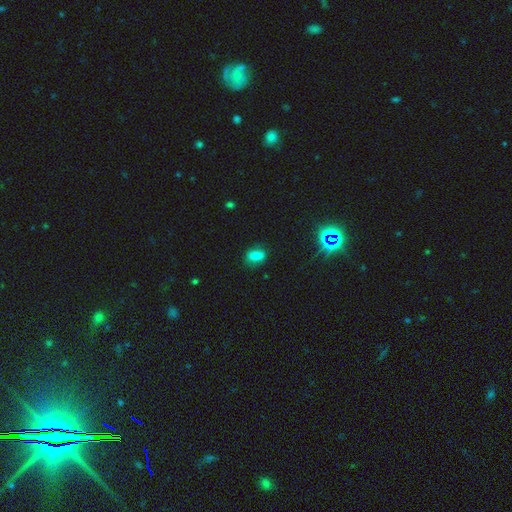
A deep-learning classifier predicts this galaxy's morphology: Smooth or featured? smooth (65%)
How rounded? in between (67%)
Merging? none (78%)